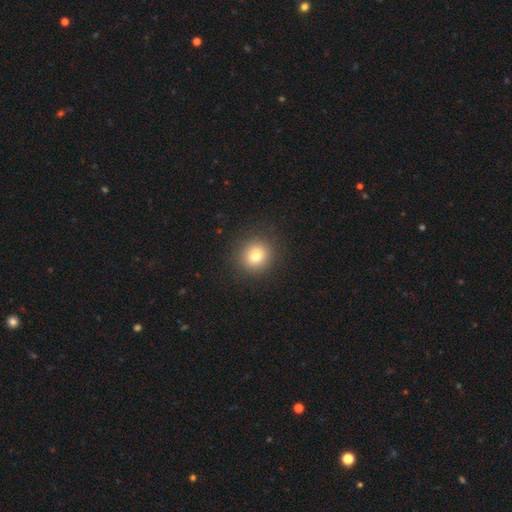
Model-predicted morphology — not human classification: This is likely a smooth galaxy (80%). How rounded: clearly round (85%). Merging: clearly none (90%).